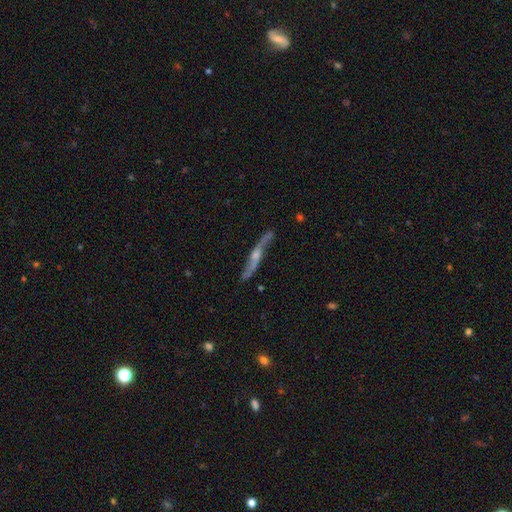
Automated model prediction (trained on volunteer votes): smooth_or_featured: featured or disk (p=0.83) [alt: smooth p=0.12]
disk_edge_on: yes (p=0.71) [alt: no p=0.29]
edge_on_bulge: rounded (p=0.80) [alt: none p=0.13]
merging: none (p=0.78) [alt: minor disturbance p=0.15]